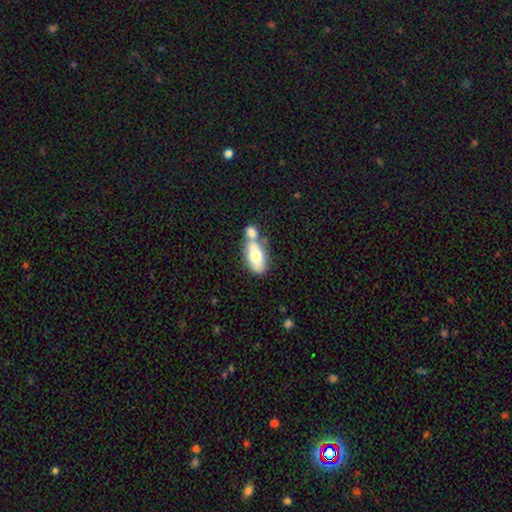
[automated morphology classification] A smooth galaxy with no disk features (65%) that is in between round and cigar-shaped (87%).

Vote fractions:
- Smooth or featured? smooth: 65% / featured or disk: 28% / star or artifact: 6%
- How rounded? in between: 87% / cigar-shaped: 8% / round: 5%
- Merging? merger: 46% / none: 36% / minor disturbance: 12% / major disturbance: 5%